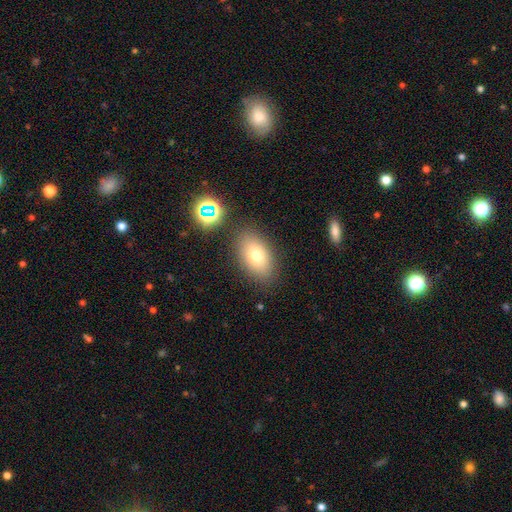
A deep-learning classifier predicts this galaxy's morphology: smooth-or-featured: smooth: 74% | featured or disk: 15% | star or artifact: 11%
  how-rounded: in between: 88% | round: 10% | cigar-shaped: 2%
  merging: none: 83% | minor disturbance: 10% | merger: 4% | major disturbance: 3%